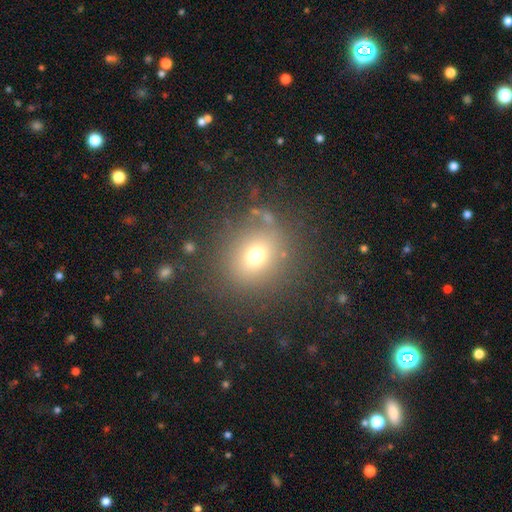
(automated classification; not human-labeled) Smooth or featured? Predicted: smooth (p=0.69). How rounded? Predicted: round (p=0.77). Merging? Predicted: none (p=0.81).